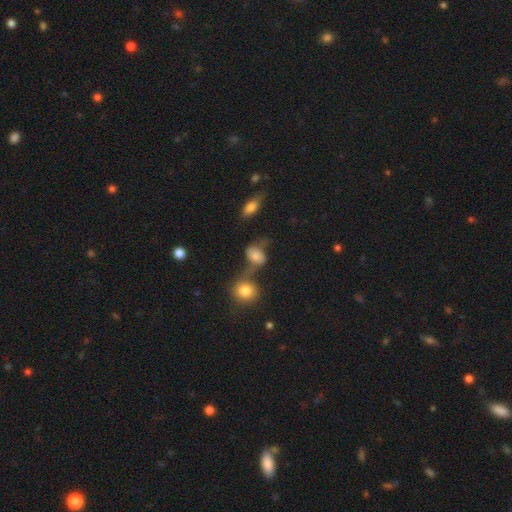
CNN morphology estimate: A smooth galaxy with no disk features (66%) that is in between round and cigar-shaped (67%). Merging: merger (33%).